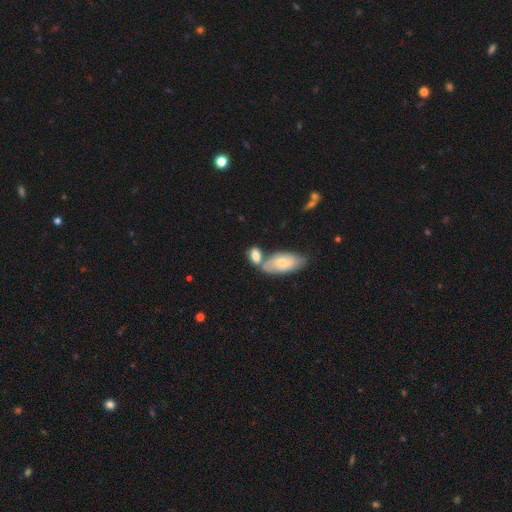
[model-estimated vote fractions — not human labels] smooth_or_featured: smooth (p=0.75) [alt: featured or disk p=0.18]
how_rounded: in between (p=0.83) [alt: round p=0.11]
merging: none (p=0.41) [alt: merger p=0.39]